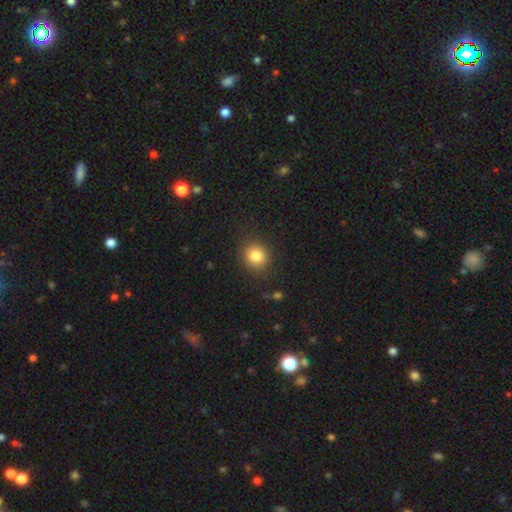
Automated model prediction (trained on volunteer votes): smooth 83%, star or artifact 11%, featured or disk 6%. Down the decision tree: how rounded — round (84%); merging — none (88%).